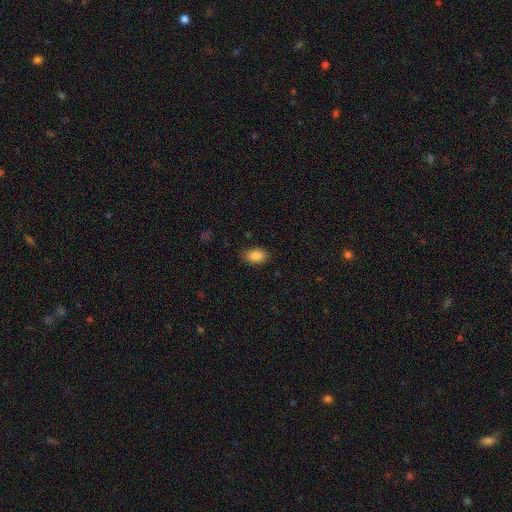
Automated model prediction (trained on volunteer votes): smooth-or-featured: smooth: 88% | star or artifact: 8% | featured or disk: 4%
  how-rounded: in between: 91% | round: 7% | cigar-shaped: 2%
  merging: none: 86% | minor disturbance: 11% | major disturbance: 3% | merger: 1%